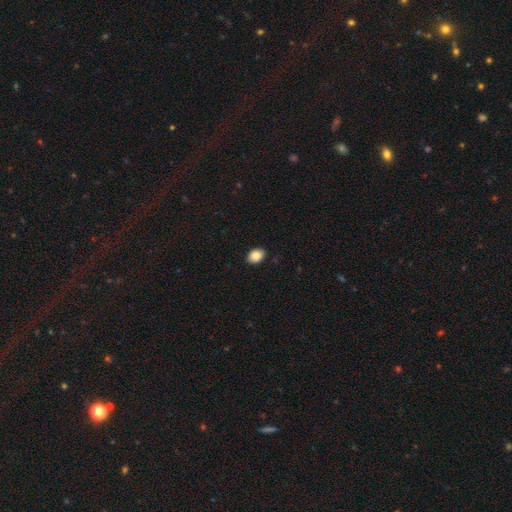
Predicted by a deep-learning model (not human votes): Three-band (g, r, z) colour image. It shows a smooth galaxy with no disk features (87%) that is in between round and cigar-shaped (70%). Merging: none (90%).